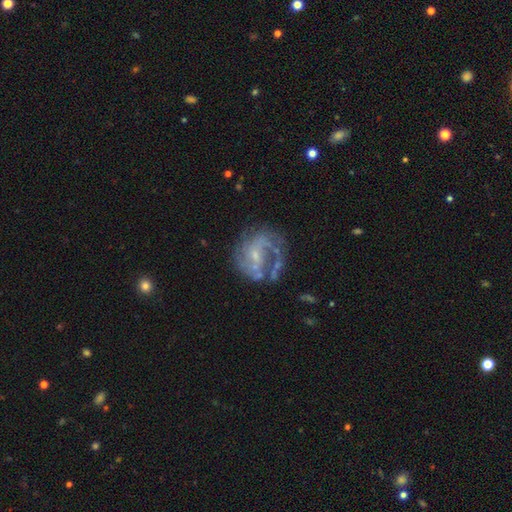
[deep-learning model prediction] A featured or disk galaxy (80%) with no bar (48%), 2 (42%) medium (44%) spiral arms (85%) and a small central bulge (68%). Merging: none (50%).